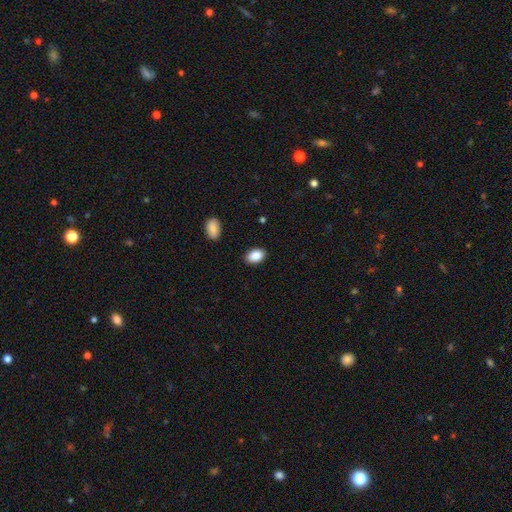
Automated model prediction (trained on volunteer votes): Overall: smooth (88%). How rounded: in between (87%). Merging: none (88%).